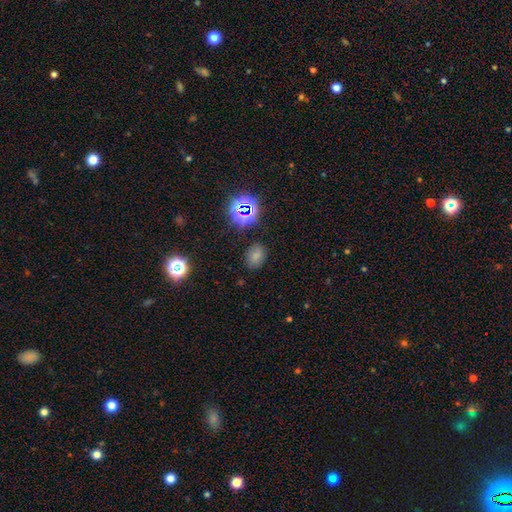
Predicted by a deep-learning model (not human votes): Morphology: type=smooth (69%); roundness=in between (68%); merging=none (83%).